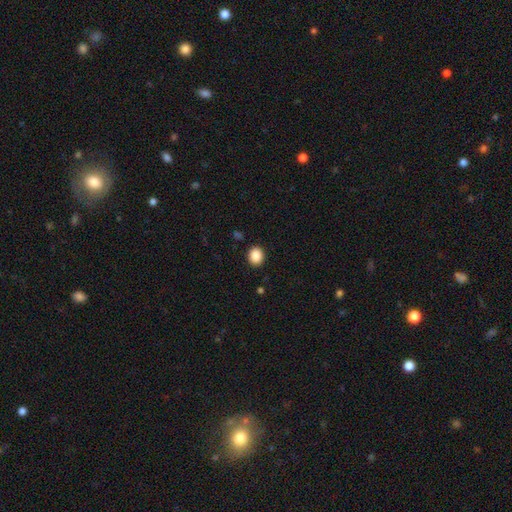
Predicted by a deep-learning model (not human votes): A smooth galaxy with no disk features (88%) that is round (65%). Merging: none (91%).